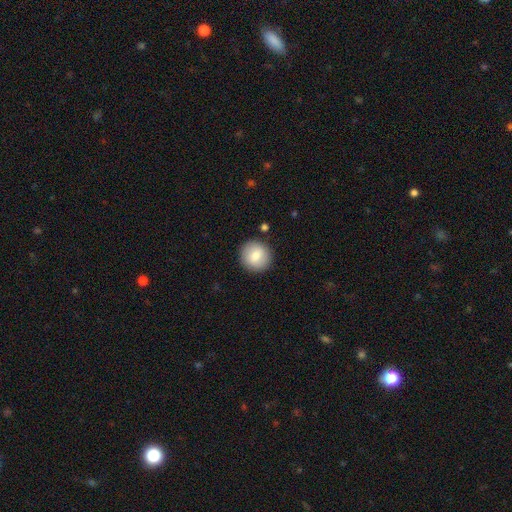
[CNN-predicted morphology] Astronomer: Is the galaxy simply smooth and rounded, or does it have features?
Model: smooth — 80%.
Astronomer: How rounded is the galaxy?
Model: round — 94%.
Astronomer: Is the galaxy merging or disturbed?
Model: none — 89%.